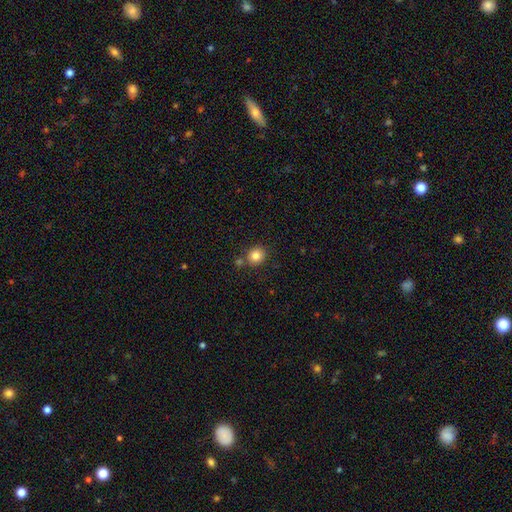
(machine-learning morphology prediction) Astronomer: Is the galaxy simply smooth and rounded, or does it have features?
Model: smooth — 83%.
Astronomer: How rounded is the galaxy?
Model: round — 80%.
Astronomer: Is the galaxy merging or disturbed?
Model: none — 76%.